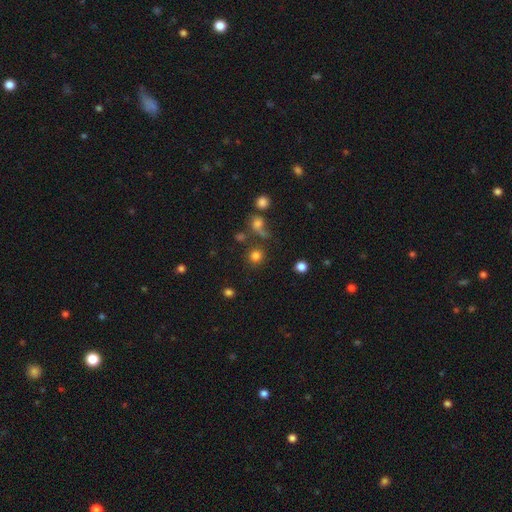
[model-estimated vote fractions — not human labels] smooth 77%, star or artifact 16%, featured or disk 7%. Down the decision tree: how rounded — round (88%); merging — none (73%).